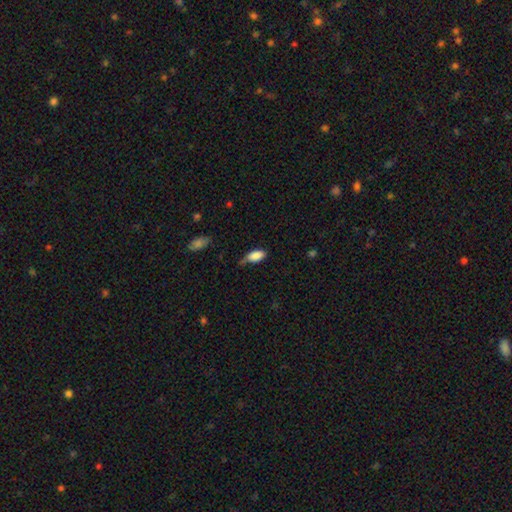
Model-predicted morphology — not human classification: smooth 86%, featured or disk 7%, star or artifact 7%. Down the decision tree: how rounded — in between (91%); merging — none (46%).